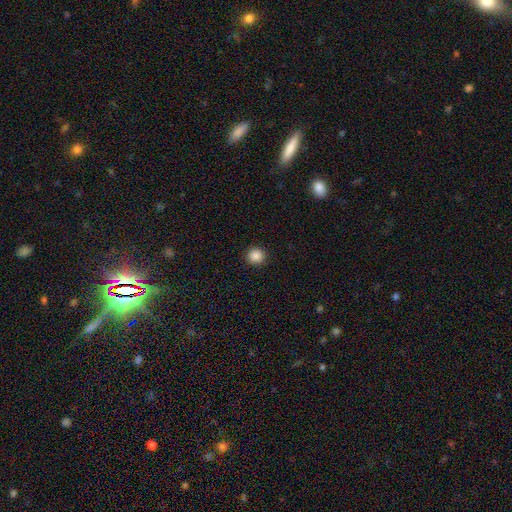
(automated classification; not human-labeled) The model was most divided on "smooth or featured": smooth: 87%, star or artifact: 10%, featured or disk: 3%. More confident: how rounded — round (93%); merging — none (93%).